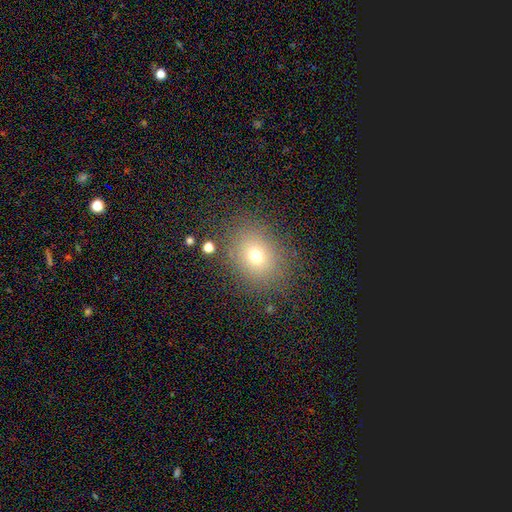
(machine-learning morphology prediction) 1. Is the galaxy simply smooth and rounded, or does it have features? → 68% smooth, 18% star or artifact, 13% featured or disk.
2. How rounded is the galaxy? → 56% round, 43% in between, 1% cigar-shaped.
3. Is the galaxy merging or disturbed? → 81% none, 11% minor disturbance, 6% major disturbance, 2% merger.